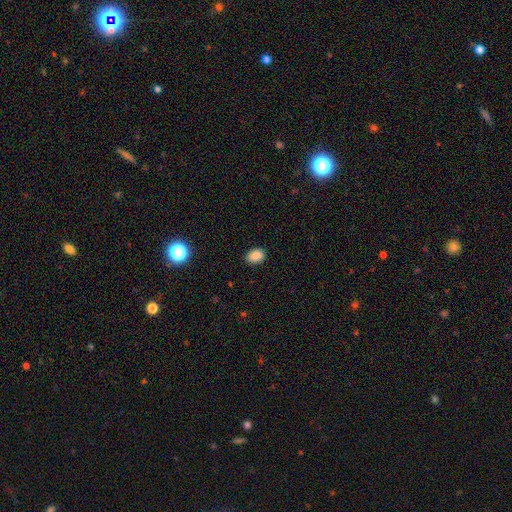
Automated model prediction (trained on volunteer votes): Morphology: type=smooth (86%); roundness=in between (73%); merging=none (87%).